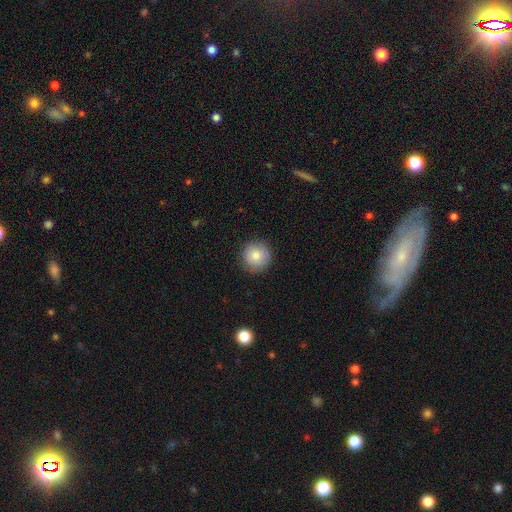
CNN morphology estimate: Smooth or featured: smooth — 82% (featured or disk — 10%)
How rounded: round — 94% (in between — 5%)
Merging: none — 86% (minor disturbance — 11%)